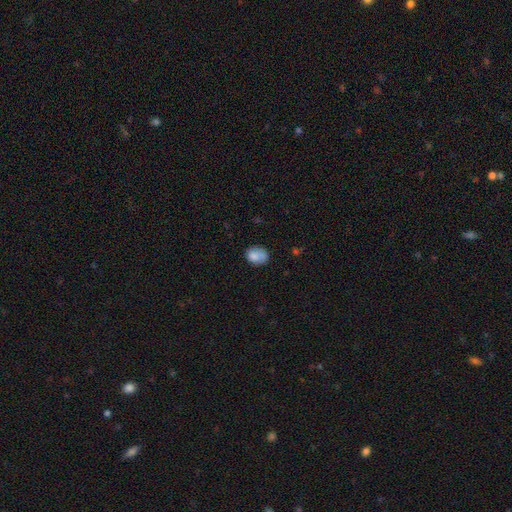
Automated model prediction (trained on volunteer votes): This is likely a smooth galaxy (79%). How rounded: likely in between (64%). Merging: possibly none (55%).